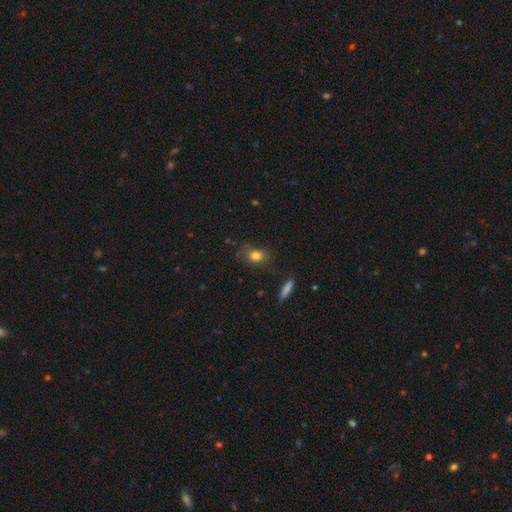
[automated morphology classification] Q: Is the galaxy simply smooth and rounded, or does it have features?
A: smooth — 80%.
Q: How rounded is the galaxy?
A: in between — 65%.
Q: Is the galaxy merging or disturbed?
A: none — 73%.